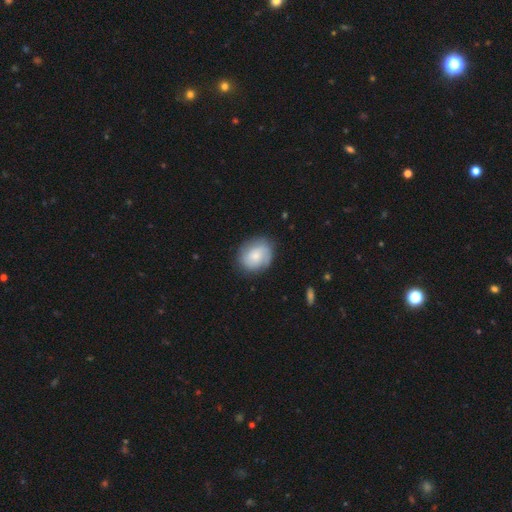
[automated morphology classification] type=smooth (54%); roundness=round (62%); merging=none (76%).